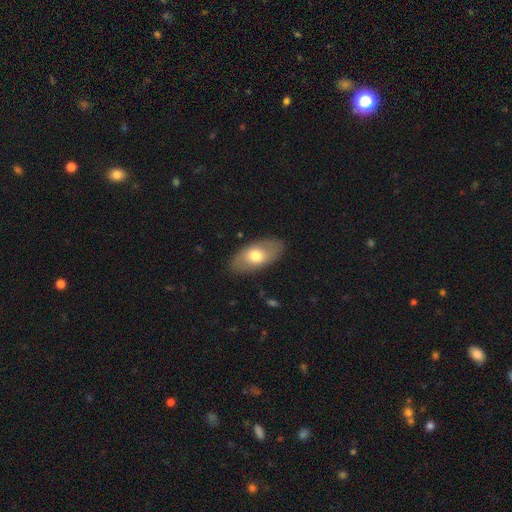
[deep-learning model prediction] A smooth galaxy with no disk features (65%) that is in between round and cigar-shaped (92%).

Vote fractions:
- Smooth or featured? smooth: 65% / featured or disk: 29% / star or artifact: 6%
- How rounded? in between: 92% / round: 5% / cigar-shaped: 3%
- Merging? none: 85% / minor disturbance: 11% / major disturbance: 3% / merger: 1%